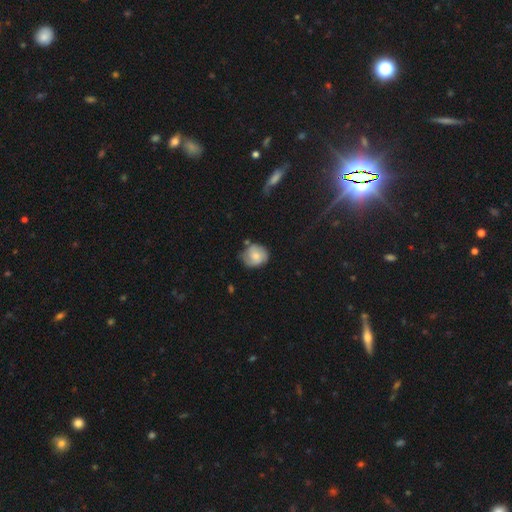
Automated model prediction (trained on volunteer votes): Overall: smooth (60%; featured or disk 33%). How rounded: round (70%). Merging: none (55%; minor disturbance 31%).